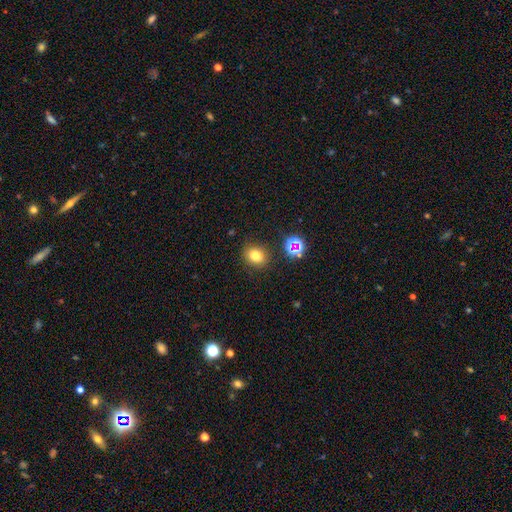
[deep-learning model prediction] Smooth or featured: smooth — 76% (star or artifact — 16%)
How rounded: round — 61% (in between — 38%)
Merging: none — 85% (minor disturbance — 9%)